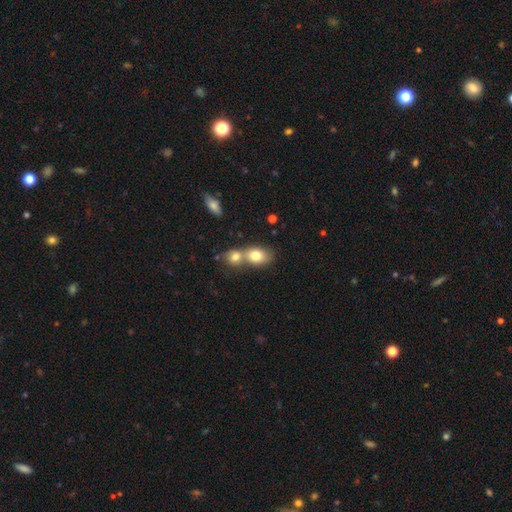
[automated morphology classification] smooth-or-featured: smooth: 77% | featured or disk: 14% | star or artifact: 9%
  how-rounded: in between: 68% | round: 30% | cigar-shaped: 2%
  merging: merger: 61% | none: 29% | minor disturbance: 7% | major disturbance: 3%